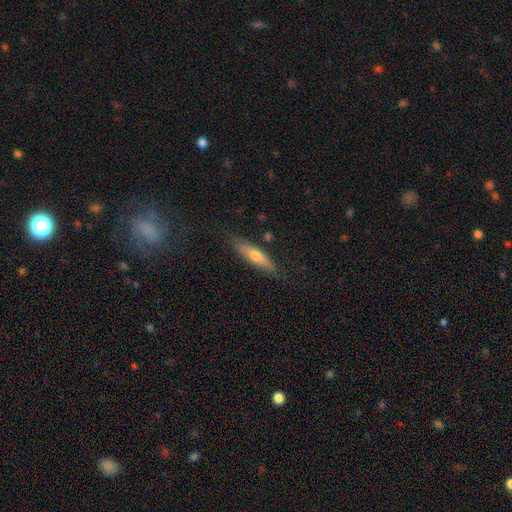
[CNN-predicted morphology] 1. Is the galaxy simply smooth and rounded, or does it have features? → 53% smooth, 40% featured or disk, 7% star or artifact.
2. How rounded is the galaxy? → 77% cigar-shaped, 21% in between, 2% round.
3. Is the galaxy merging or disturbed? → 81% none, 14% minor disturbance, 3% major disturbance, 2% merger.